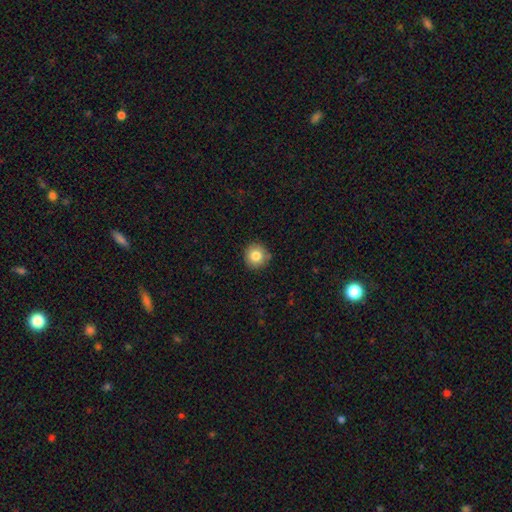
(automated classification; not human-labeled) smooth 82%, star or artifact 10%, featured or disk 8%. Down the decision tree: how rounded — round (94%); merging — none (87%).